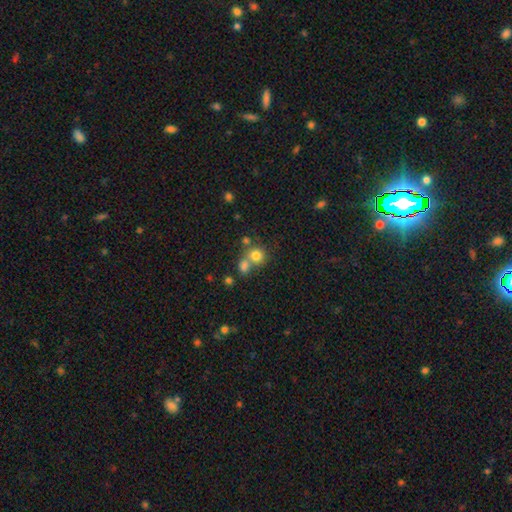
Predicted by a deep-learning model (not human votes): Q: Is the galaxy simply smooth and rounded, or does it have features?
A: smooth — 77%.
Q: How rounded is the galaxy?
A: round — 85%.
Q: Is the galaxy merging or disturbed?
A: none — 48%.